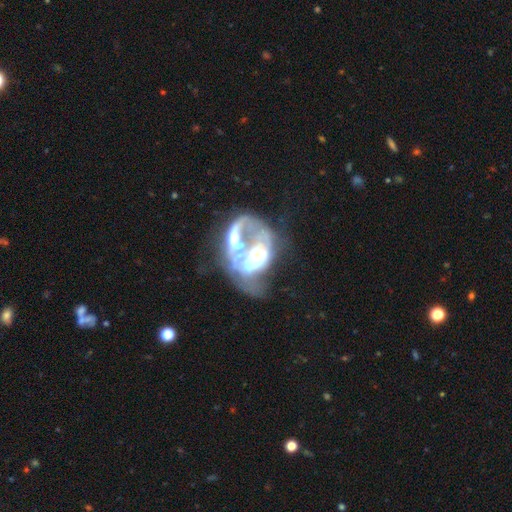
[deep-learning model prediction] smooth_or_featured: featured or disk (p=0.69) [alt: smooth p=0.18]
disk_edge_on: no (p=0.96) [alt: yes p=0.04]
bar: no (p=0.79) [alt: weak p=0.13]
has_spiral_arms: no (p=0.74) [alt: yes p=0.26]
bulge_size: none (p=0.33) [alt: moderate p=0.28]
merging: merger (p=0.54) [alt: major disturbance p=0.30]